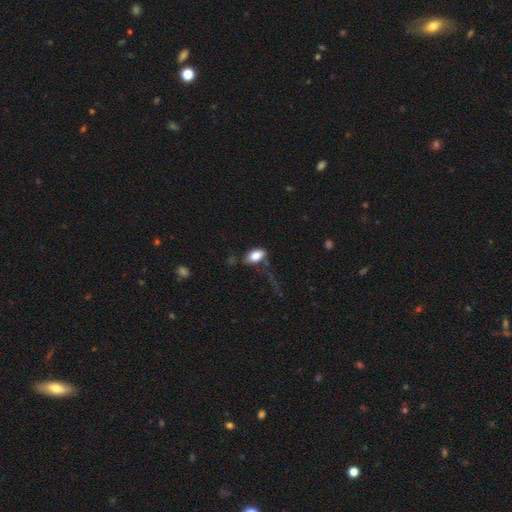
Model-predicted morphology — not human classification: This appears to be a smooth galaxy with no disk features (80%) that is in between round and cigar-shaped (91%). Merging: none (50%).